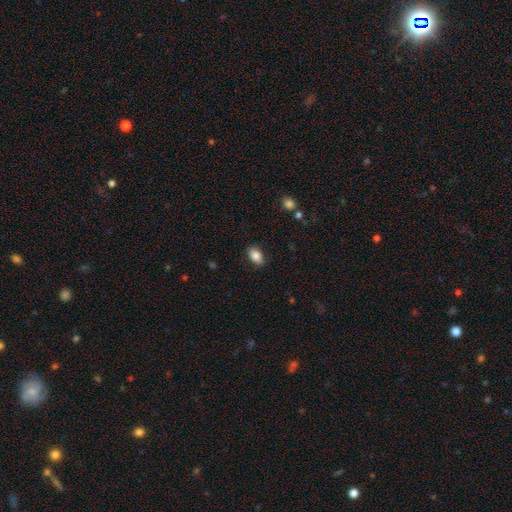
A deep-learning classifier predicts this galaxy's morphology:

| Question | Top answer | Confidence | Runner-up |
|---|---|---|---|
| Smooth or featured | smooth | 85% | star or artifact (8%) |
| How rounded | in between | 88% | round (10%) |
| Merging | none | 87% | minor disturbance (10%) |